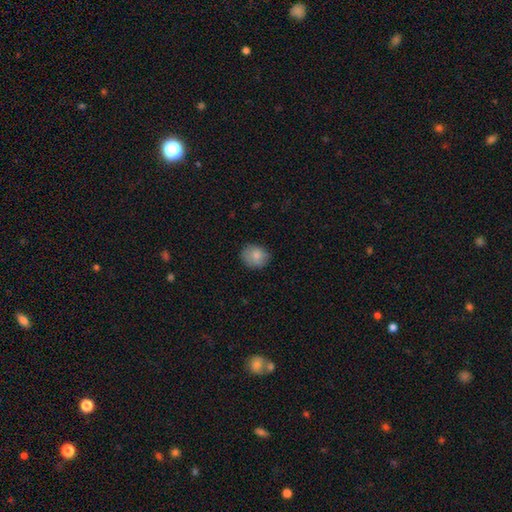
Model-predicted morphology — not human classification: Smooth or featured?
  - smooth: 83% *
  - featured or disk: 9%
  - star or artifact: 8%
How rounded?
  - round: 62% *
  - in between: 38%
  - cigar-shaped: 1%
Merging?
  - none: 78% *
  - minor disturbance: 17%
  - major disturbance: 4%
  - merger: 1%